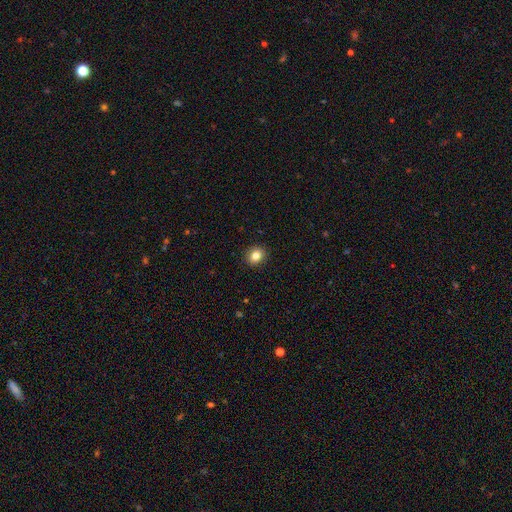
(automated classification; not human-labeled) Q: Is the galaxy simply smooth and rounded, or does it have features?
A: smooth — 83%.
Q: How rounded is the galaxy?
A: round — 69%.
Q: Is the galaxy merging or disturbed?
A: none — 91%.